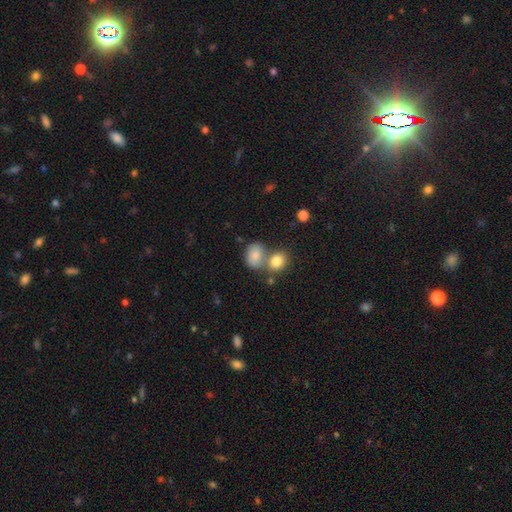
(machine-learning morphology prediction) Overall: smooth (82%). How rounded: in between (63%; round 36%). Merging: merger (43%; none 40%).